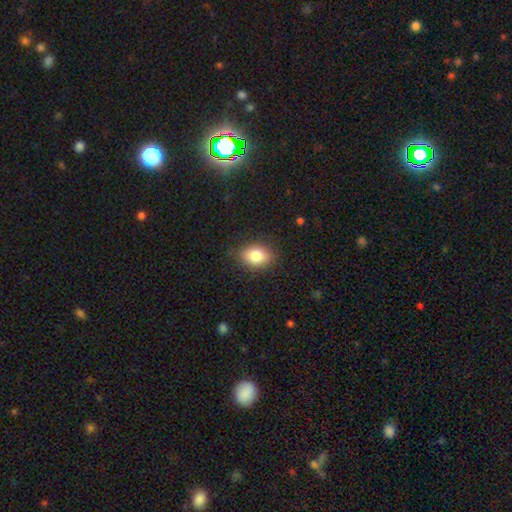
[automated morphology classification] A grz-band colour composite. It shows a smooth galaxy with no disk features (83%) that is in between round and cigar-shaped (72%). Merging: none (84%).